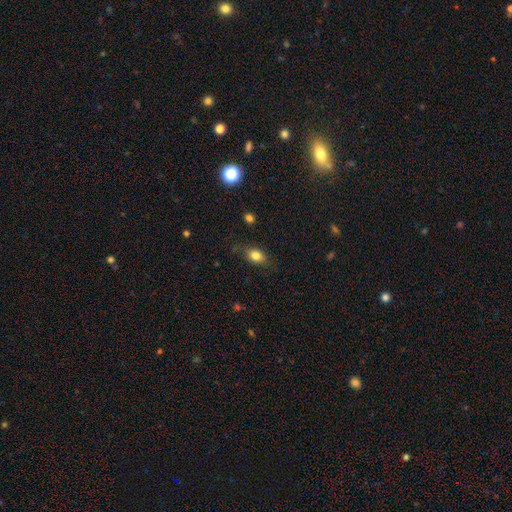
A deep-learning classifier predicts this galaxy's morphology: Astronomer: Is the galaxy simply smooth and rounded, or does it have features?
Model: smooth — 81%.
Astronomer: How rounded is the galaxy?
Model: in between — 76%.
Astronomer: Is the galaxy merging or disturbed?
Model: none — 73%.